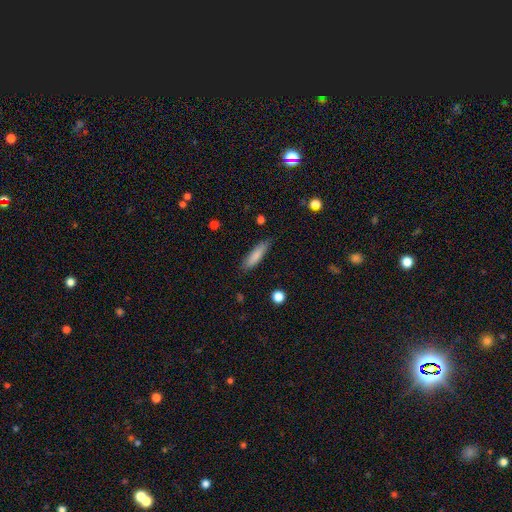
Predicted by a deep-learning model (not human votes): A smooth galaxy with no disk features (81%) that is cigar-shaped (70%). Merging: none (82%).